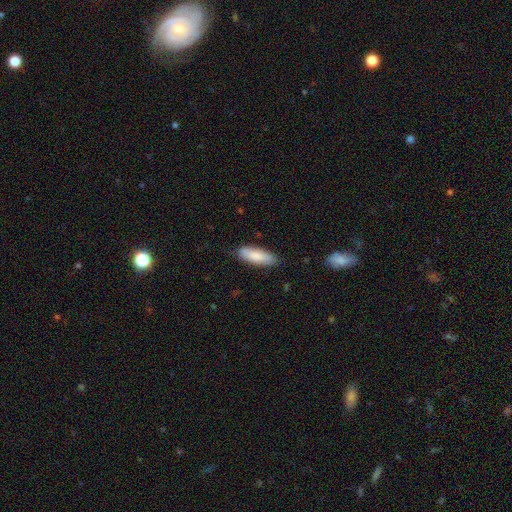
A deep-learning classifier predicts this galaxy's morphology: Q: Smooth or featured?
A: smooth (84%); runner-up: featured or disk (11%)
Q: How rounded?
A: in between (61%); runner-up: cigar-shaped (37%)
Q: Merging?
A: none (81%); runner-up: minor disturbance (15%)